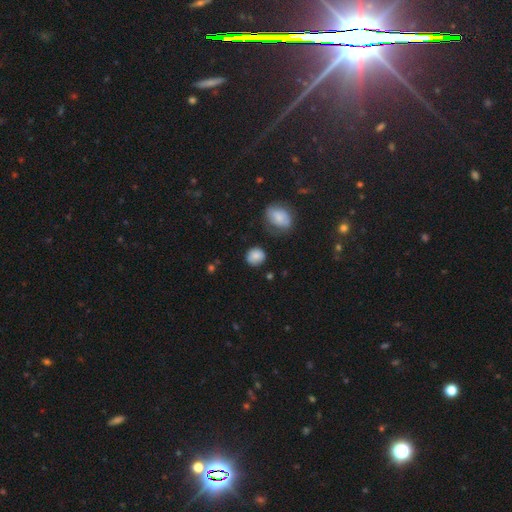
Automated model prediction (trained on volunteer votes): Smooth or featured?
  - smooth: 83% *
  - star or artifact: 9%
  - featured or disk: 8%
How rounded?
  - round: 79% *
  - in between: 20%
  - cigar-shaped: 1%
Merging?
  - none: 74% *
  - minor disturbance: 18%
  - major disturbance: 5%
  - merger: 3%